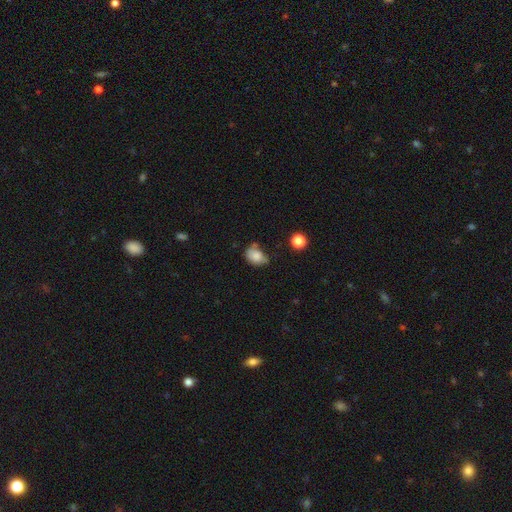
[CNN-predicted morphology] smooth-or-featured: smooth: 78% | featured or disk: 12% | star or artifact: 10%
  how-rounded: in between: 72% | round: 27% | cigar-shaped: 1%
  merging: none: 40% | minor disturbance: 37% | major disturbance: 13% | merger: 11%